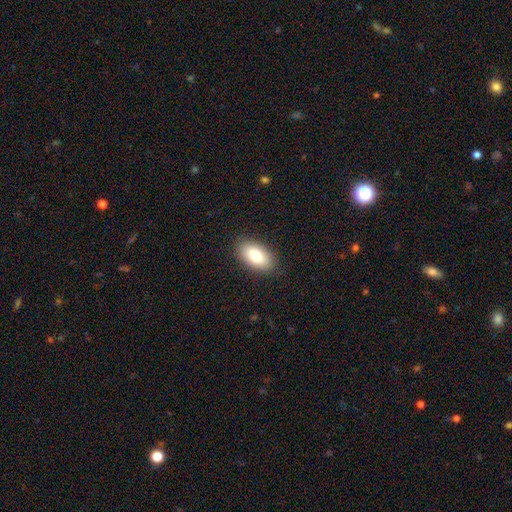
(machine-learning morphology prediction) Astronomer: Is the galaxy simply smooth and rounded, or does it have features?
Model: smooth — 83%.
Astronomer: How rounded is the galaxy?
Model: in between — 93%.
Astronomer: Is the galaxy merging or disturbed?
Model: none — 88%.